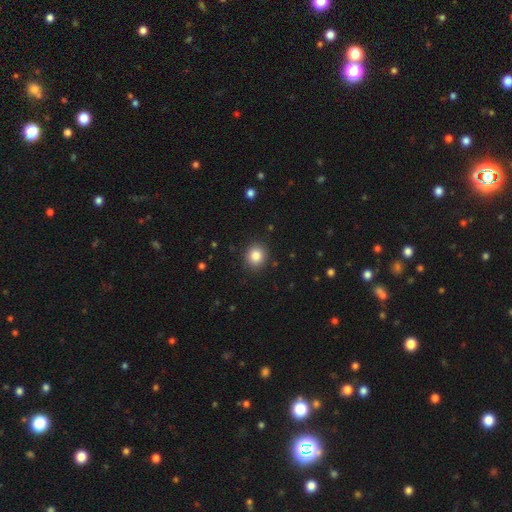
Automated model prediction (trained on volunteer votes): smooth 84%, star or artifact 11%, featured or disk 6%. Down the decision tree: how rounded — round (85%); merging — none (91%).